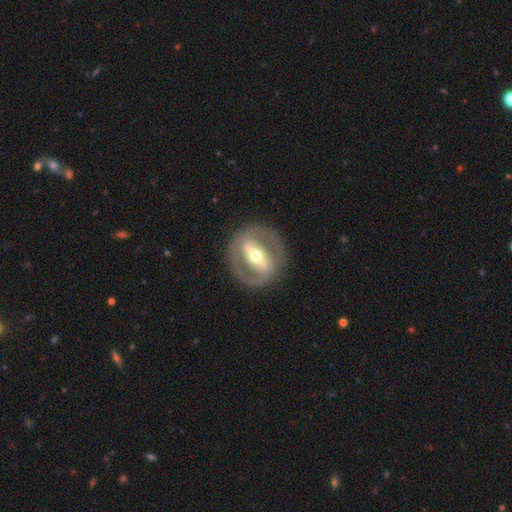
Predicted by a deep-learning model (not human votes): Q: Smooth or featured?
A: featured or disk (78%); runner-up: smooth (17%)
Q: Edge-on disk?
A: no (92%); runner-up: yes (8%)
Q: Bar?
A: strong (65%); runner-up: weak (23%)
Q: Spiral arms?
A: yes (52%); runner-up: no (48%)
Q: Bulge size?
A: moderate (66%); runner-up: small (24%)
Q: Merging?
A: none (84%); runner-up: minor disturbance (9%)